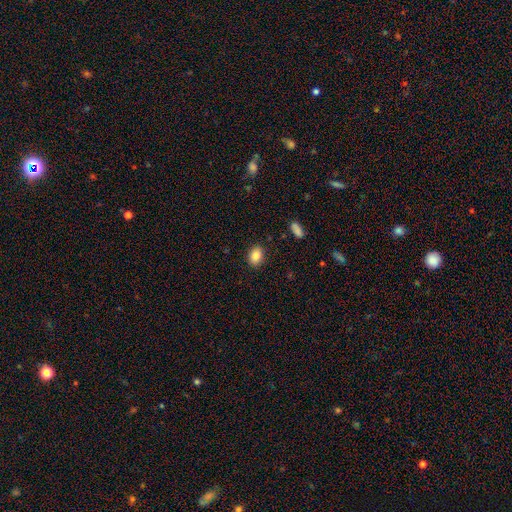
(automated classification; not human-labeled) smooth 87%, star or artifact 8%, featured or disk 5%. Down the decision tree: how rounded — in between (75%); merging — none (88%).